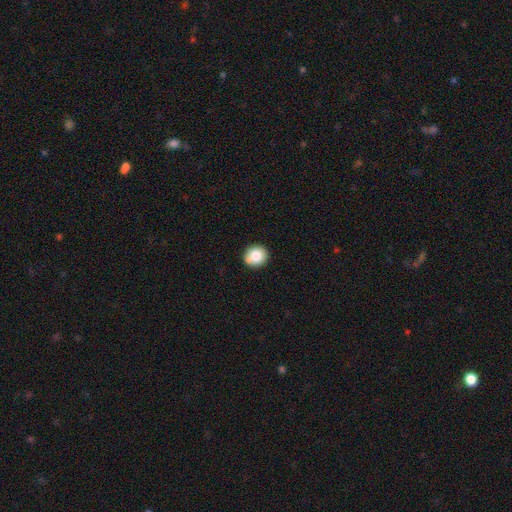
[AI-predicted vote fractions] Morphology: type=smooth (80%); roundness=round (85%); merging=none (77%).